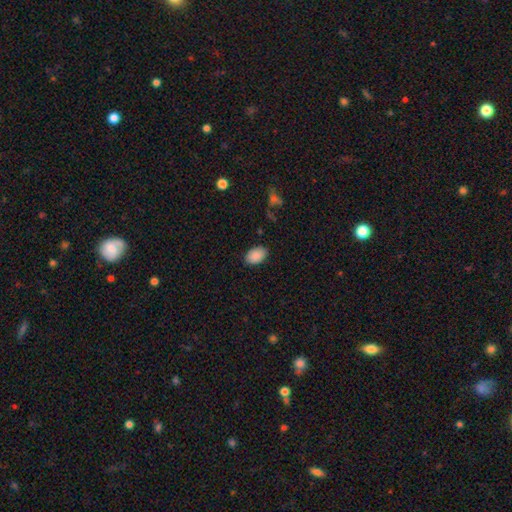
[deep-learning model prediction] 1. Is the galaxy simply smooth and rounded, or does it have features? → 89% smooth, 7% star or artifact, 4% featured or disk.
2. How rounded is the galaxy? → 88% in between, 11% round, 1% cigar-shaped.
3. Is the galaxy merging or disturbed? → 86% none, 11% minor disturbance, 3% major disturbance, 1% merger.